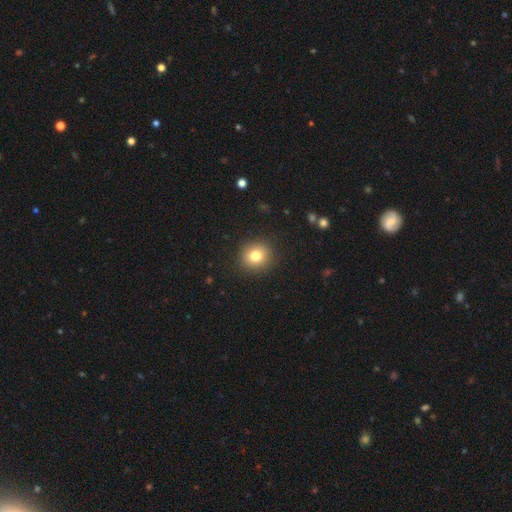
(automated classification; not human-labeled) Smooth or featured? smooth (79%)
How rounded? round (86%)
Merging? none (90%)